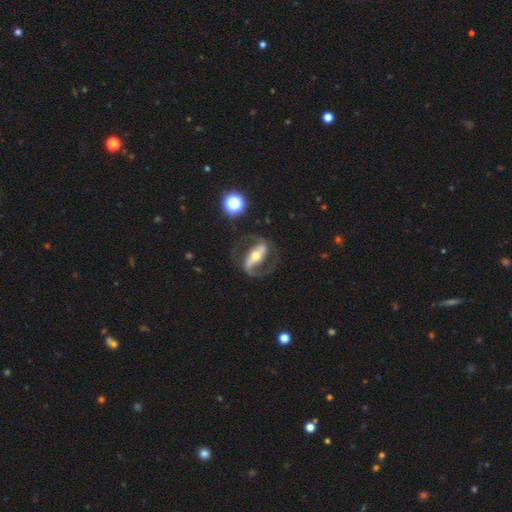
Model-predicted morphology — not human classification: Overall: featured or disk (88%). Edge-on disk: no (94%). Bar: strong (65%). Spiral arms: yes (94%). Spiral arm count: 2 (91%). Spiral winding: medium (54%; loose 29%). Bulge size: moderate (61%; small 29%). Merging: none (74%).